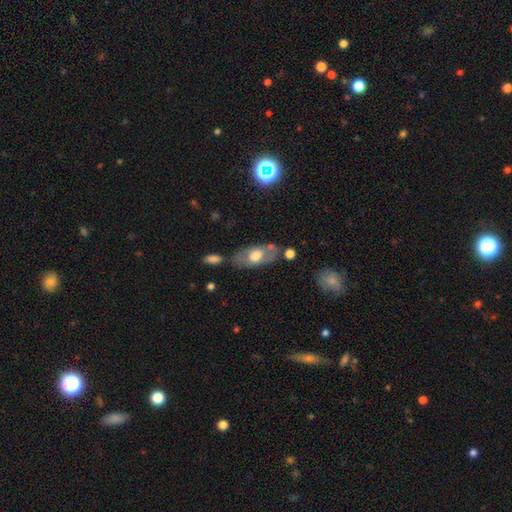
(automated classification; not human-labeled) Q: Smooth or featured?
A: smooth (52%); runner-up: featured or disk (42%)
Q: How rounded?
A: in between (88%); runner-up: cigar-shaped (8%)
Q: Merging?
A: none (66%); runner-up: minor disturbance (18%)